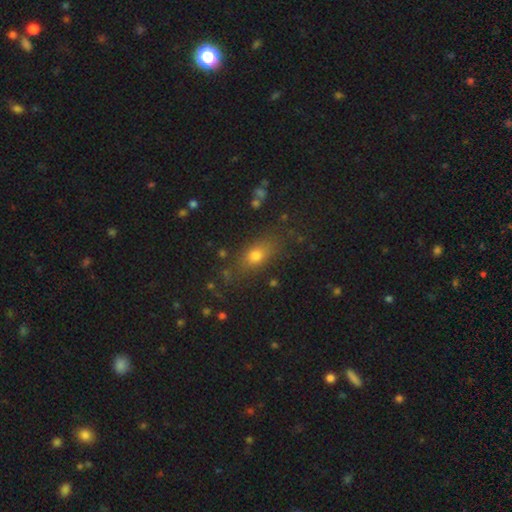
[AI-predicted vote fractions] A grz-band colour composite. It shows a smooth galaxy with no disk features (70%) that is in between round and cigar-shaped (65%). Merging: none (78%).